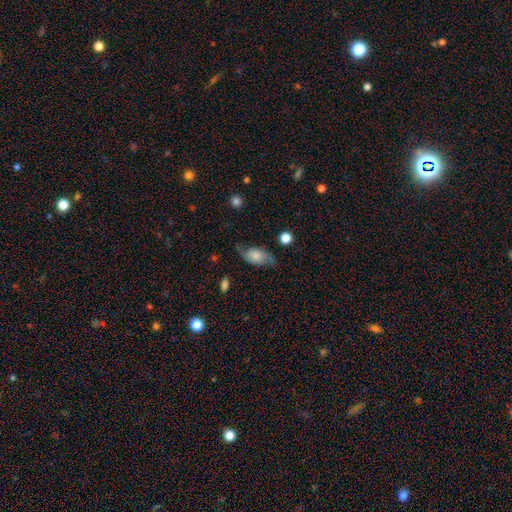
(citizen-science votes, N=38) Smooth or featured?
  - smooth: 50% *
  - featured or disk: 45%
  - star or artifact: 5%
How rounded?
  - in between: 79% *
  - round: 21%
  - cigar-shaped: 0%
Merging?
  - none: 53% *
  - minor disturbance: 44%
  - major disturbance: 3%
  - merger: 0%